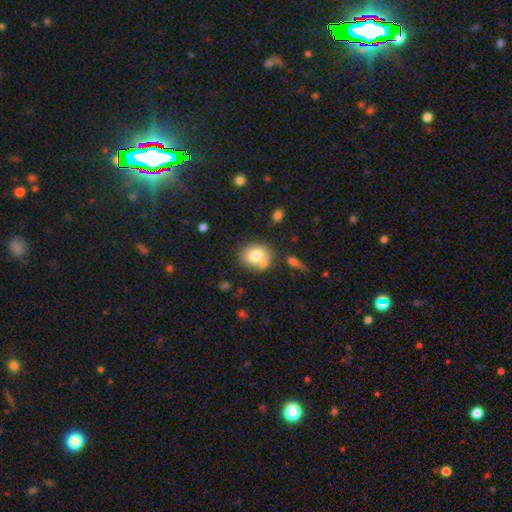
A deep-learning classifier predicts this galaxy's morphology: Smooth or featured? Predicted: smooth (p=0.76). How rounded? Predicted: round (p=0.57). Merging? Predicted: none (p=0.62).